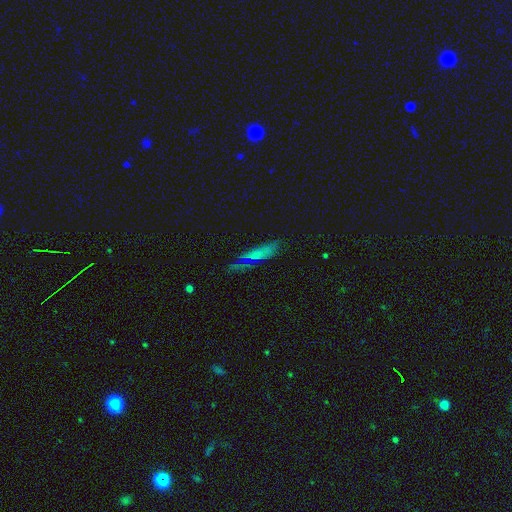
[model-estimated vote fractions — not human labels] Q: Smooth or featured?
A: smooth (49%); runner-up: featured or disk (30%)
Q: Merging?
A: none (63%); runner-up: minor disturbance (22%)